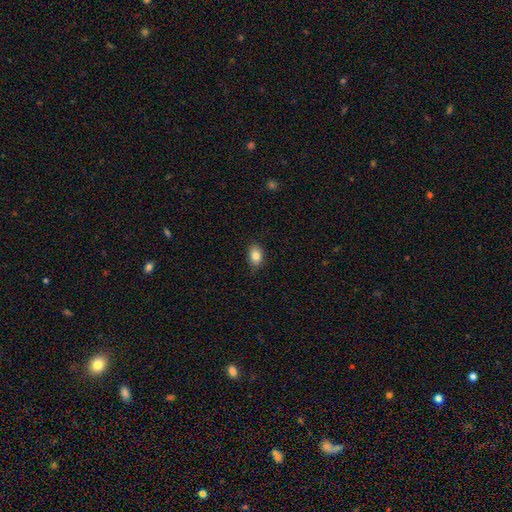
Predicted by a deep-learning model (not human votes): This is clearly a smooth galaxy (84%). How rounded: clearly in between (82%). Merging: clearly none (82%).